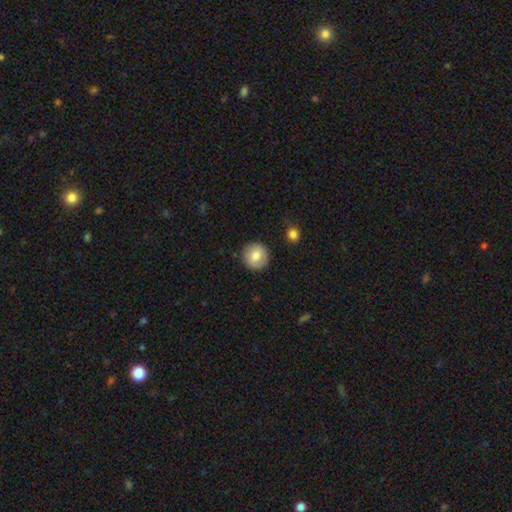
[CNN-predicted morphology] This appears to be a smooth galaxy with no disk features (78%) that is round (94%). Merging: none (89%).